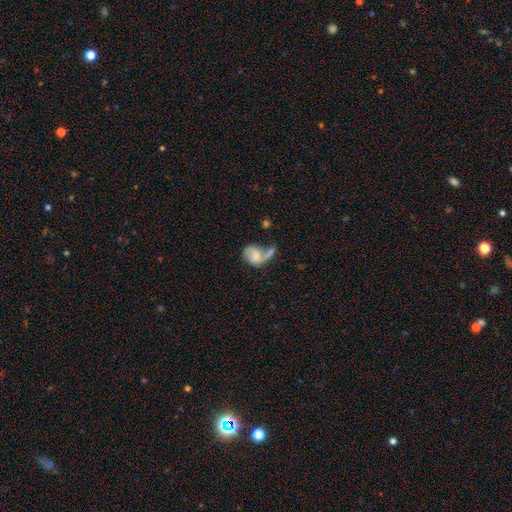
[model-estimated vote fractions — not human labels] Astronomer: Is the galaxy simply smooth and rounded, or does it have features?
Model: featured or disk — 62%.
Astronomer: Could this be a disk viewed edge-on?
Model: no — 97%.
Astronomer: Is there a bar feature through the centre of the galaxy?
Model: no — 51% (runner-up: weak, 38%).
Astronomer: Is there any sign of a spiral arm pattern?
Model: yes — 81%.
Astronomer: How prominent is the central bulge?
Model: small — 42% (runner-up: moderate, 29%).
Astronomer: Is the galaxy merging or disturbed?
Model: major disturbance — 32% (runner-up: none, 29%).